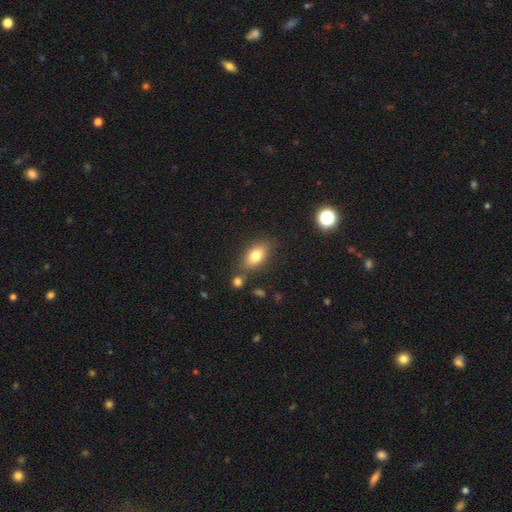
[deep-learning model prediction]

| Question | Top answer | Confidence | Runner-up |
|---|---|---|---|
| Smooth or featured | smooth | 79% | featured or disk (12%) |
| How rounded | in between | 84% | round (11%) |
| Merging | none | 74% | minor disturbance (13%) |